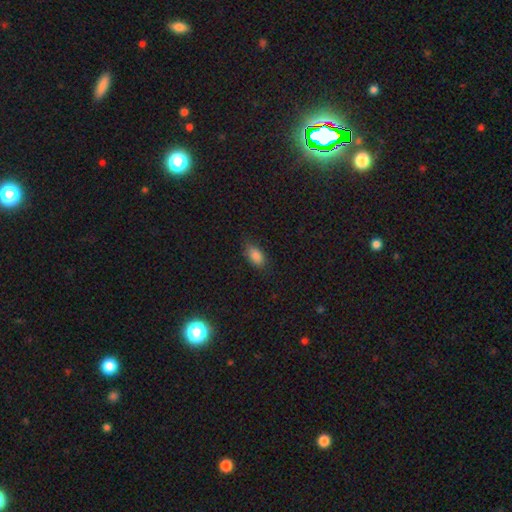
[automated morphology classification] A smooth galaxy with no disk features (86%) that is in between round and cigar-shaped (90%).

Vote fractions:
- Smooth or featured? smooth: 86% / star or artifact: 9% / featured or disk: 5%
- How rounded? in between: 90% / round: 6% / cigar-shaped: 4%
- Merging? none: 77% / minor disturbance: 18% / major disturbance: 4% / merger: 1%